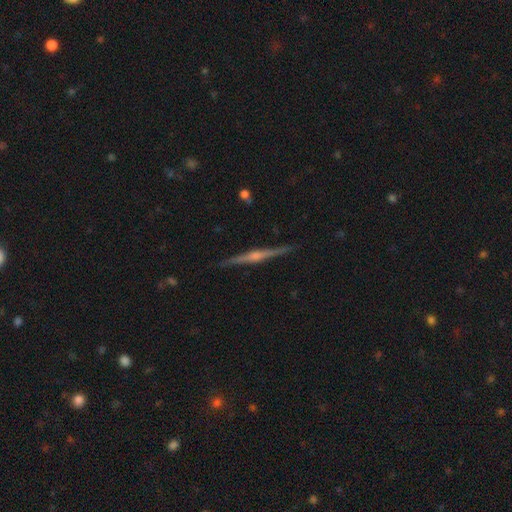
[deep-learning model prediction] smooth_or_featured: featured or disk (p=0.80) [alt: smooth p=0.12]
disk_edge_on: yes (p=0.98) [alt: no p=0.02]
edge_on_bulge: rounded (p=0.81) [alt: none p=0.11]
merging: none (p=0.91) [alt: minor disturbance p=0.07]